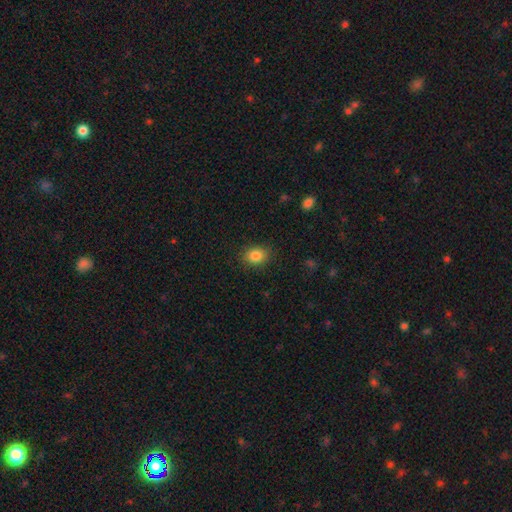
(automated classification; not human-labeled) Overall: smooth (85%). How rounded: in between (59%; round 40%). Merging: none (86%).